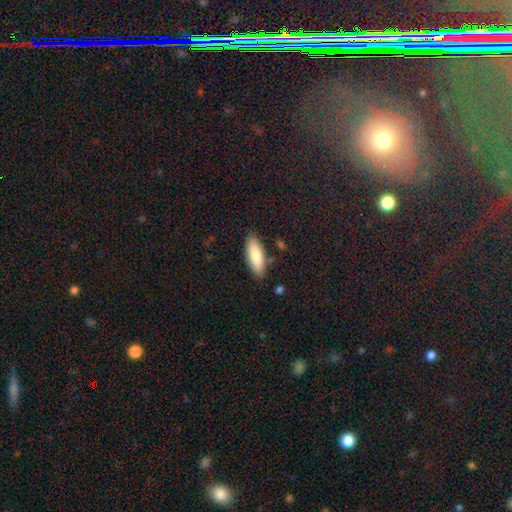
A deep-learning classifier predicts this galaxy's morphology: type=smooth (83%); roundness=in between (64%); merging=none (83%).